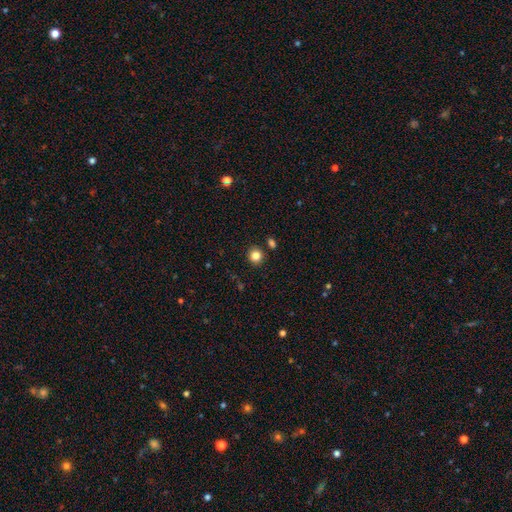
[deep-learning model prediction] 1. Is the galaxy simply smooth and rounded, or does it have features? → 83% smooth, 12% star or artifact, 5% featured or disk.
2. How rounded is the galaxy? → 88% round, 11% in between, 1% cigar-shaped.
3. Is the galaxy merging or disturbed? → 87% none, 7% minor disturbance, 4% merger, 2% major disturbance.